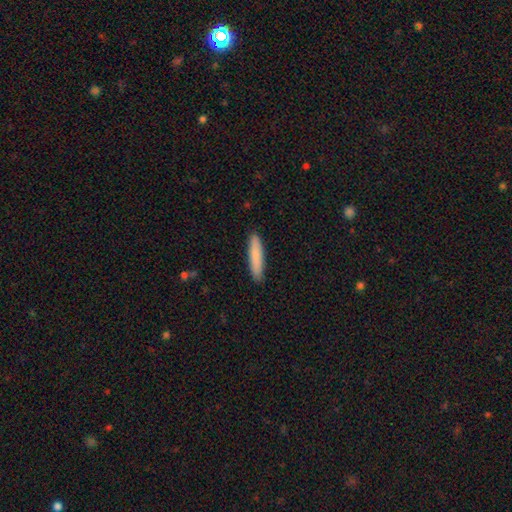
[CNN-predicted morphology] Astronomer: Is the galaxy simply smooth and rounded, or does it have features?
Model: smooth — 83%.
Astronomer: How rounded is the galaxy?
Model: cigar-shaped — 88%.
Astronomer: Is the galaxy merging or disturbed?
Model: none — 91%.